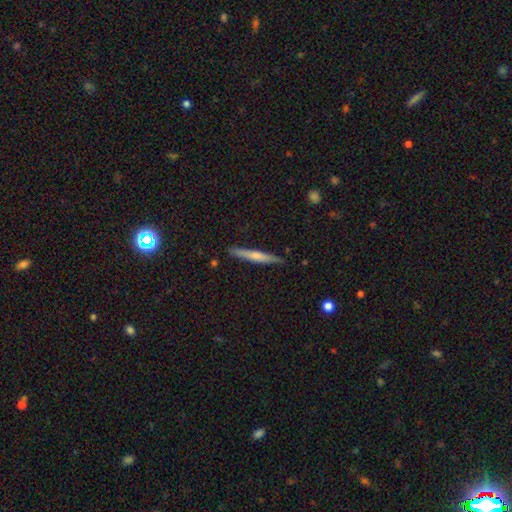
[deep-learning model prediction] smooth_or_featured: smooth (p=0.51) [alt: featured or disk p=0.43]
how_rounded: cigar-shaped (p=0.95) [alt: in between p=0.04]
merging: none (p=0.88) [alt: minor disturbance p=0.09]